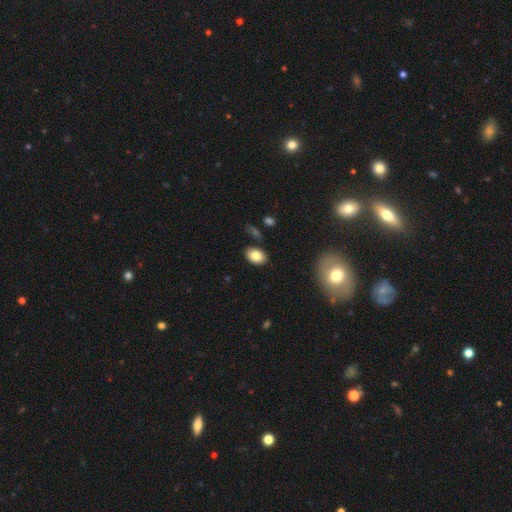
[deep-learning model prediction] smooth 82%, featured or disk 10%, star or artifact 8%. Down the decision tree: how rounded — in between (85%); merging — none (84%).